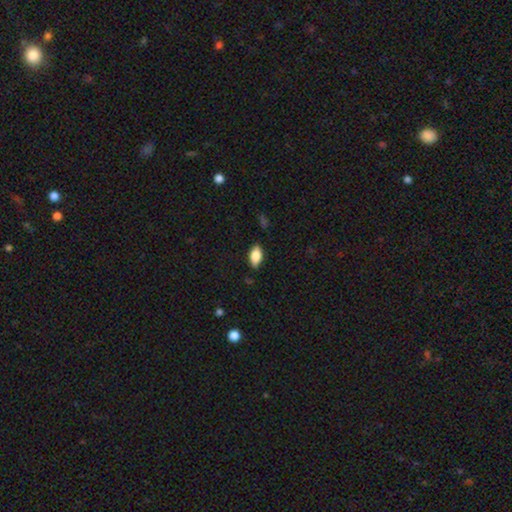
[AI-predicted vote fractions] This appears to be a smooth galaxy with no disk features (81%) that is in between round and cigar-shaped (90%). Merging: none (83%).